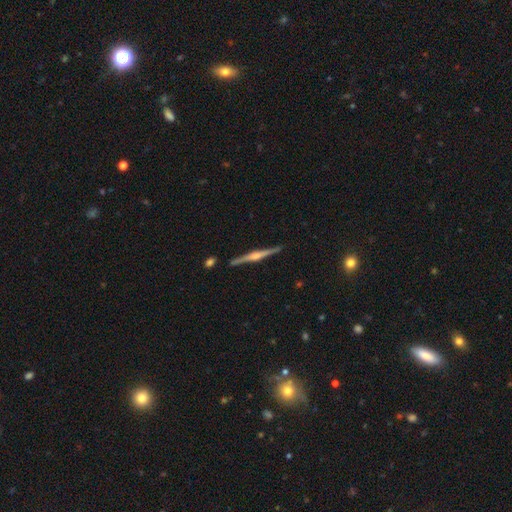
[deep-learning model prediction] The model was most divided on "edge-on bulge": rounded: 80%, boxy: 15%, none: 6%. More confident: edge-on disk — yes (98%); merging — none (90%); smooth or featured — featured or disk (82%).